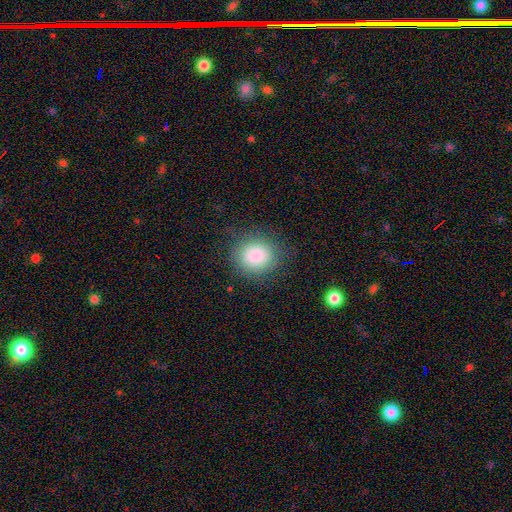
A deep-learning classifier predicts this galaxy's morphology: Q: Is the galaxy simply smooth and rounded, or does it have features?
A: smooth — 85%.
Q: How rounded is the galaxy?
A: round — 81%.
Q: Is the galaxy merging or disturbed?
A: none — 83%.